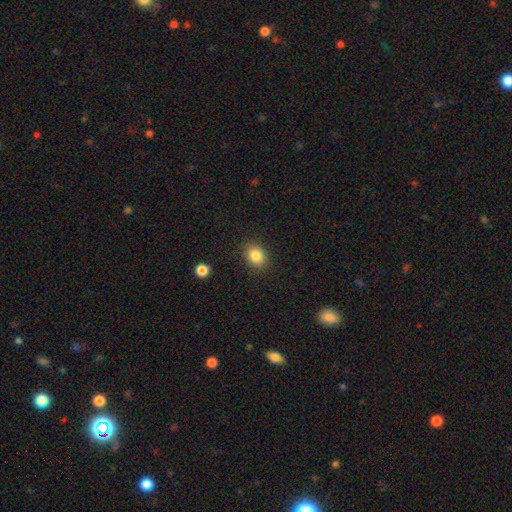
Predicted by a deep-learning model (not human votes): Smooth or featured: smooth — 84% (star or artifact — 10%)
How rounded: round — 59% (in between — 41%)
Merging: none — 87% (minor disturbance — 9%)